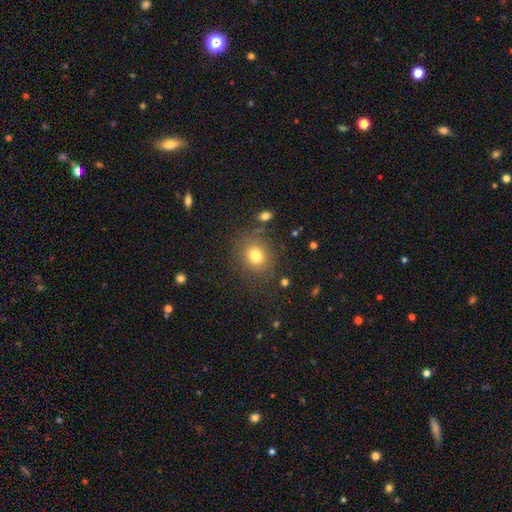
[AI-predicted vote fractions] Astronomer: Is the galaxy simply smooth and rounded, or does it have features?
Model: smooth — 78%.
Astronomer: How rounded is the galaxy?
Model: round — 80%.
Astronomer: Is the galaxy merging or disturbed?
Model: none — 81%.